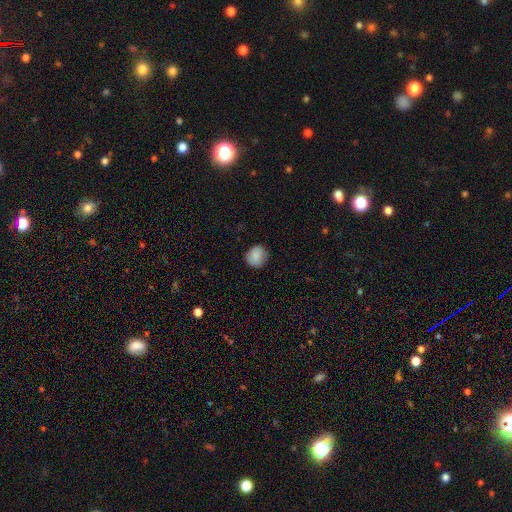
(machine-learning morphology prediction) Q: Smooth or featured?
A: smooth (87%); runner-up: star or artifact (8%)
Q: How rounded?
A: round (80%); runner-up: in between (20%)
Q: Merging?
A: none (83%); runner-up: minor disturbance (13%)